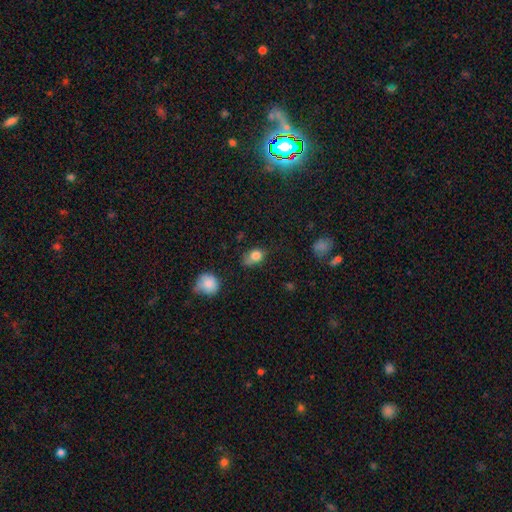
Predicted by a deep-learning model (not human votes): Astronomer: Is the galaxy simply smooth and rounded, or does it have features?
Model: smooth — 81%.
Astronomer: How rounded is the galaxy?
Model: in between — 70%.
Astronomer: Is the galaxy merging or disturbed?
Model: none — 46% (runner-up: minor disturbance, 37%).